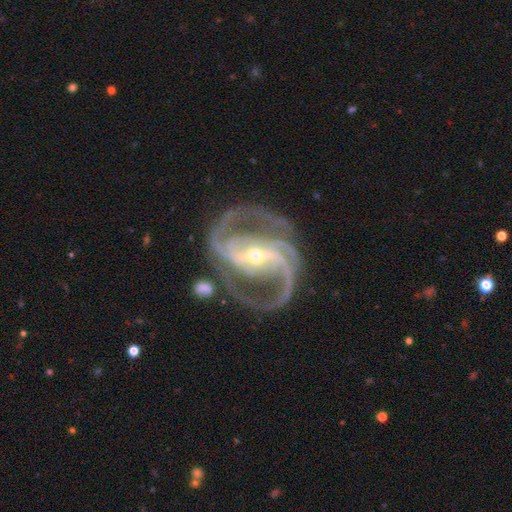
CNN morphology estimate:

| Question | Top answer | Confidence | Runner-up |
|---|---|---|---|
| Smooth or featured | featured or disk | 93% | star or artifact (5%) |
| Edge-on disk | no | 97% | yes (3%) |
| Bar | strong | 62% | weak (26%) |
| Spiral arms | yes | 99% | no (1%) |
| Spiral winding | medium | 60% | tight (26%) |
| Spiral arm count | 2 | 66% | 3 (19%) |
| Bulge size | small | 62% | moderate (34%) |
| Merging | none | 69% | minor disturbance (16%) |